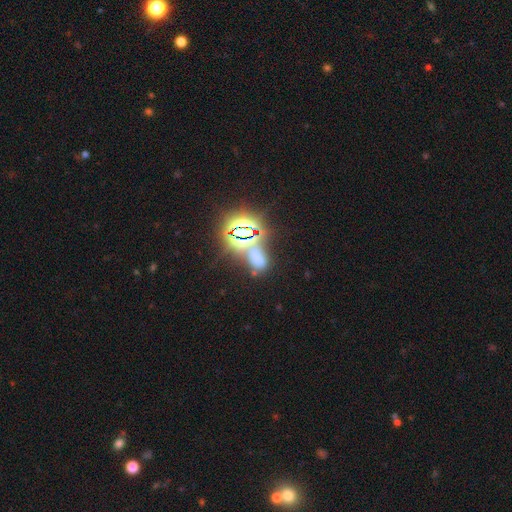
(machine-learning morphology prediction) A star or artifact, not a galaxy (54%).

Vote fractions:
- Smooth or featured? star or artifact: 54% / smooth: 34% / featured or disk: 12%